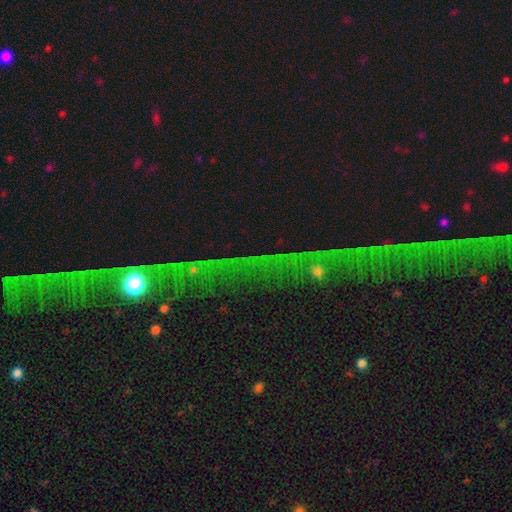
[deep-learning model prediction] Q: Smooth or featured?
A: star or artifact (70%); runner-up: featured or disk (15%)